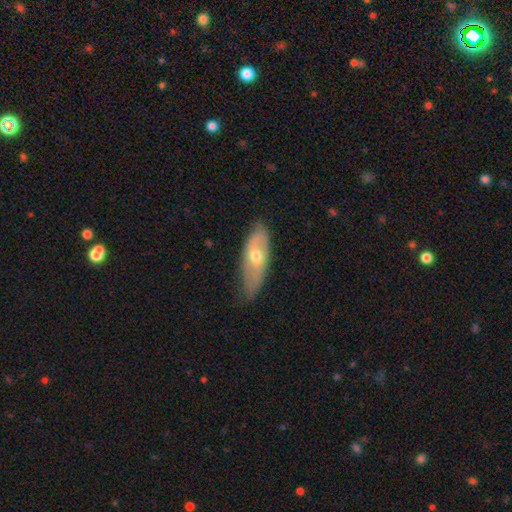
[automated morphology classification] A featured or disk galaxy (49%). Merging: none (70%).